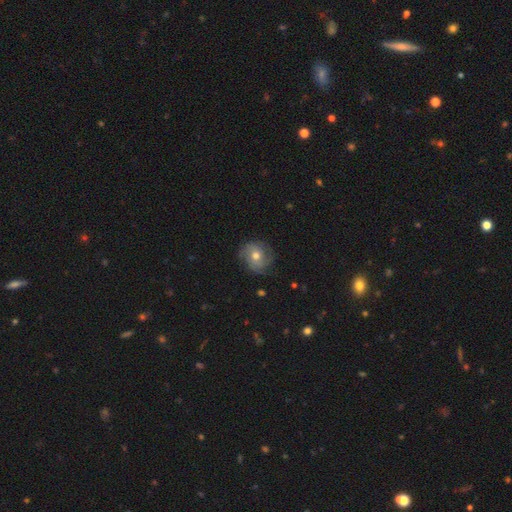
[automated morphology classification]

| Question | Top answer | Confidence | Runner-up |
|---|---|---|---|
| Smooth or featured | featured or disk | 66% | smooth (26%) |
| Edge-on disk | no | 97% | yes (3%) |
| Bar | no | 78% | weak (19%) |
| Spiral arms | yes | 90% | no (10%) |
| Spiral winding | tight | 46% | medium (39%) |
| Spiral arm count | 3 | 33% | can't tell (26%) |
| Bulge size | moderate | 75% | small (16%) |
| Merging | none | 76% | minor disturbance (17%) |